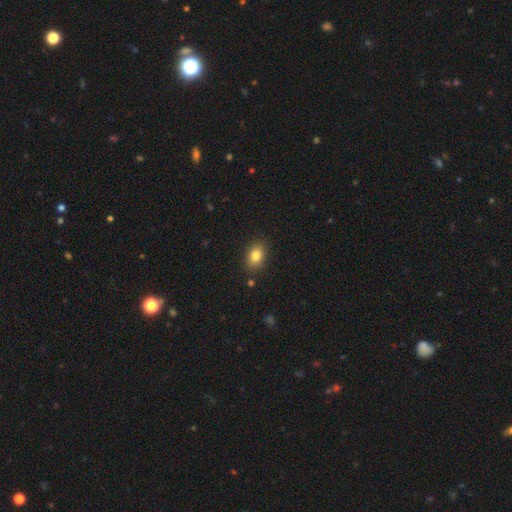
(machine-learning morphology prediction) This is clearly a smooth galaxy (81%). How rounded: likely in between (79%). Merging: clearly none (86%).